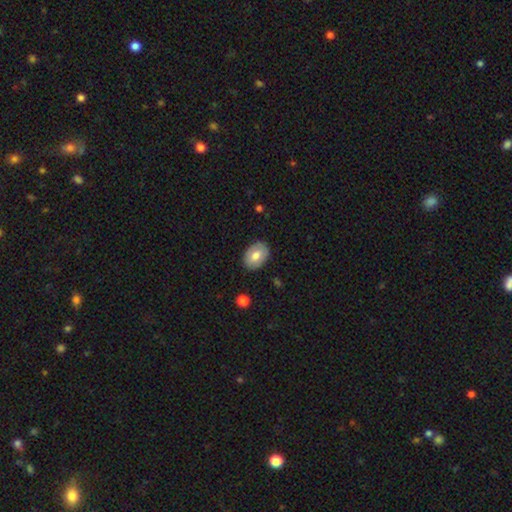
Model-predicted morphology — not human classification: Q: Smooth or featured?
A: smooth (70%); runner-up: featured or disk (23%)
Q: How rounded?
A: in between (83%); runner-up: round (16%)
Q: Merging?
A: none (86%); runner-up: minor disturbance (11%)